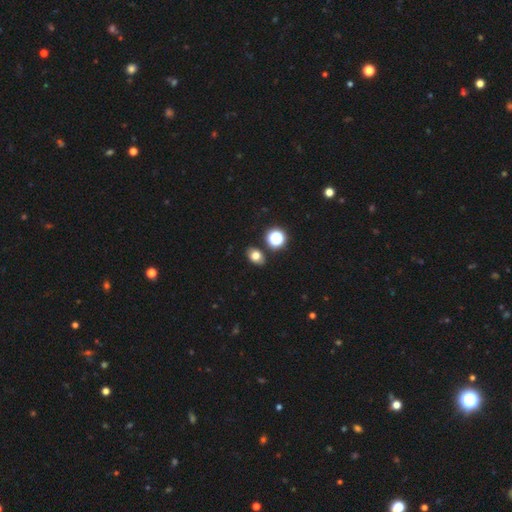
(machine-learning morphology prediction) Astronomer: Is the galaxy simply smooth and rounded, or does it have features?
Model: smooth — 73%.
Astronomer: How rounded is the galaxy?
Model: in between — 72%.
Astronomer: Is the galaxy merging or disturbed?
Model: none — 81%.